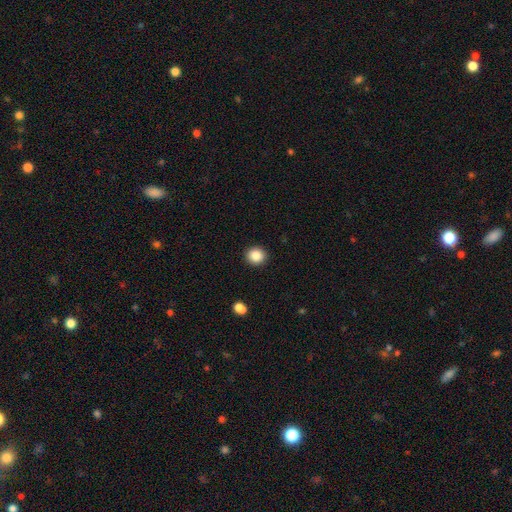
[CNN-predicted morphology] Smooth or featured: smooth — 87% (star or artifact — 9%)
How rounded: round — 87% (in between — 12%)
Merging: none — 92% (minor disturbance — 5%)